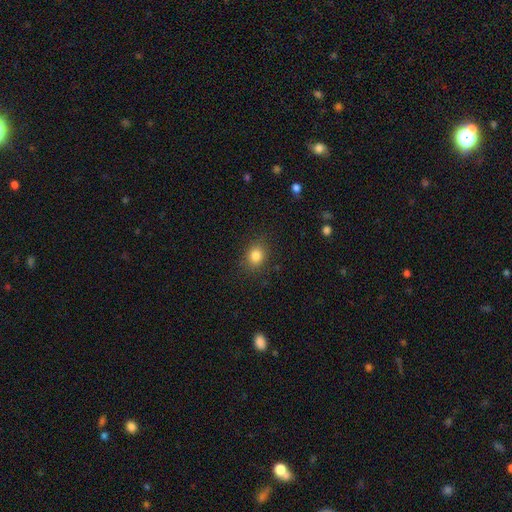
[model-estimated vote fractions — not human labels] A smooth galaxy with no disk features (83%) that is round (63%).

Vote fractions:
- Smooth or featured? smooth: 83% / star or artifact: 11% / featured or disk: 5%
- How rounded? round: 63% / in between: 36% / cigar-shaped: 1%
- Merging? none: 86% / minor disturbance: 9% / major disturbance: 3% / merger: 1%